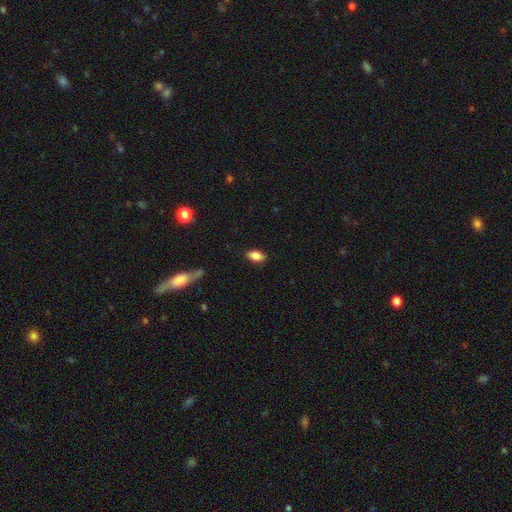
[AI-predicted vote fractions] Smooth or featured? smooth (82%)
How rounded? in between (89%)
Merging? none (85%)